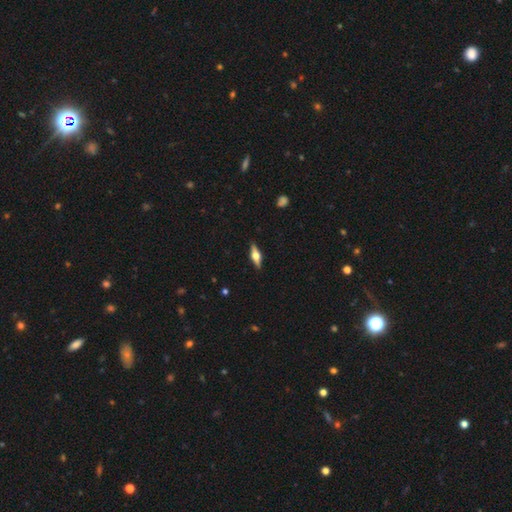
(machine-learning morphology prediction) A featured or disk galaxy (65%) viewed edge-on (96%) with a rounded central bulge (94%). Merging: none (90%).